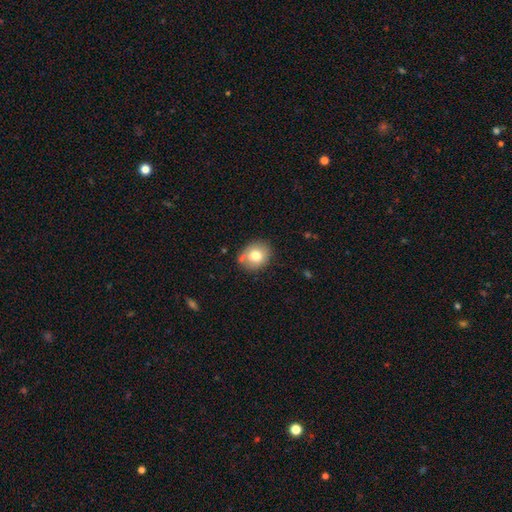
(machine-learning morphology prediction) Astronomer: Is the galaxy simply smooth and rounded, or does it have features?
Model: smooth — 76%.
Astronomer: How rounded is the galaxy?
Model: round — 64%.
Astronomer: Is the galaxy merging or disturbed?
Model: none — 72%.